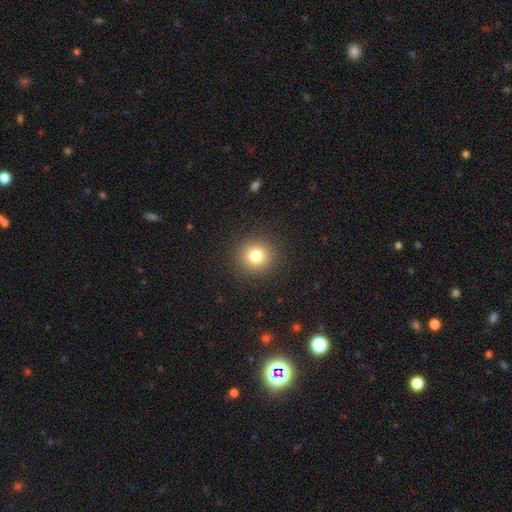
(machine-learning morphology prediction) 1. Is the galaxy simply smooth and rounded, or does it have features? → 79% smooth, 13% star or artifact, 8% featured or disk.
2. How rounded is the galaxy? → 92% round, 7% in between, 1% cigar-shaped.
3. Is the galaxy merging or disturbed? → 91% none, 5% minor disturbance, 2% major disturbance, 1% merger.